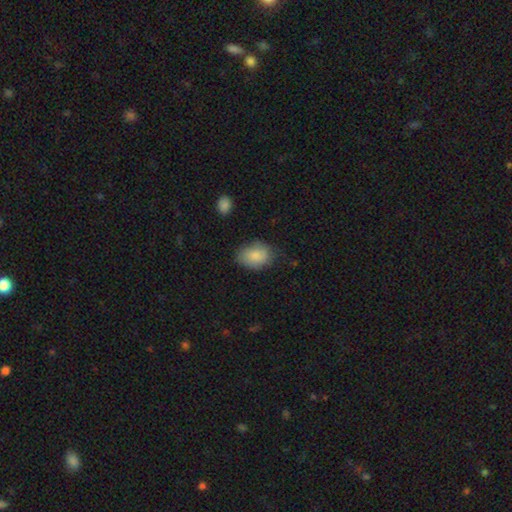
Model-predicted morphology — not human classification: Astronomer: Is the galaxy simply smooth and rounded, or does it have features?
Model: smooth — 85%.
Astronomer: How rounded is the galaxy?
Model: in between — 78%.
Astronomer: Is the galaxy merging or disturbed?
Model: none — 69%.